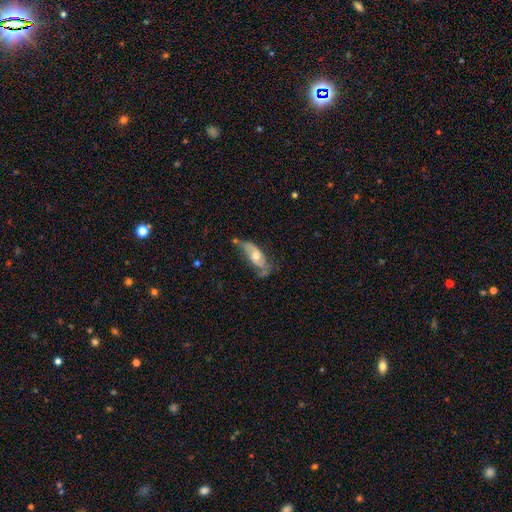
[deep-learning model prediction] A featured or disk galaxy (58%). Merging: none (38%).